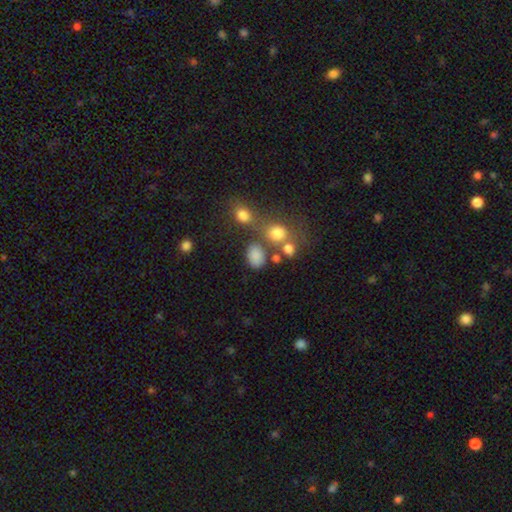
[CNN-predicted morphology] Smooth or featured?
  - smooth: 80% *
  - star or artifact: 12%
  - featured or disk: 7%
How rounded?
  - in between: 68% *
  - round: 30%
  - cigar-shaped: 2%
Merging?
  - none: 58% *
  - merger: 20%
  - minor disturbance: 14%
  - major disturbance: 8%